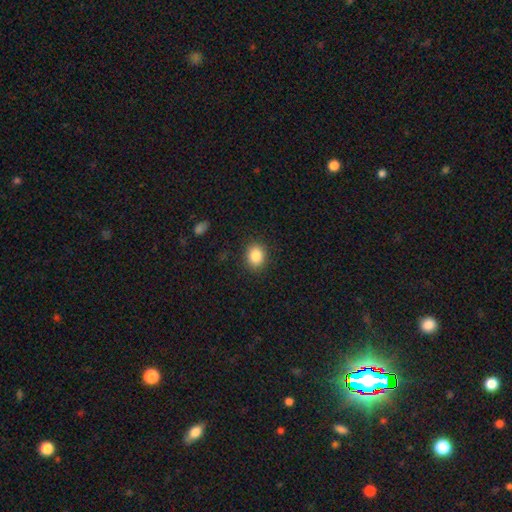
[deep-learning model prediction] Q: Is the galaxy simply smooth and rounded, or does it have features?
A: smooth — 85%.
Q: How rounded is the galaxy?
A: round — 63%.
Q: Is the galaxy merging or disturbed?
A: none — 89%.